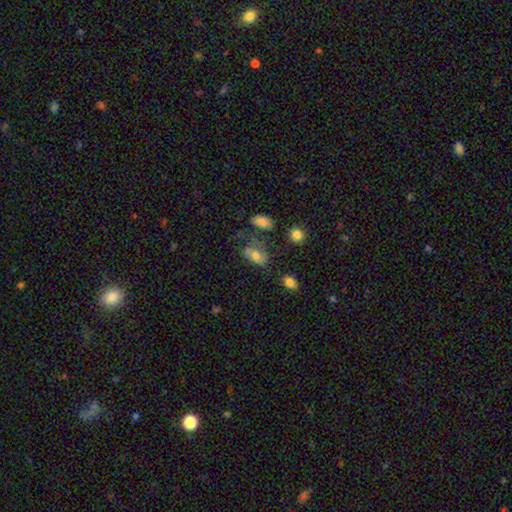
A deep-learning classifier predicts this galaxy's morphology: Q: Smooth or featured?
A: smooth (69%); runner-up: featured or disk (21%)
Q: How rounded?
A: in between (88%); runner-up: round (10%)
Q: Merging?
A: none (40%); runner-up: minor disturbance (26%)